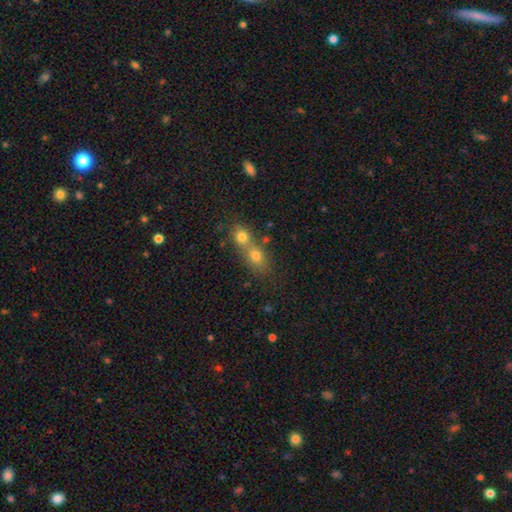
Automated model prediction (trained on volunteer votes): Q: Smooth or featured?
A: smooth (72%); runner-up: featured or disk (15%)
Q: How rounded?
A: in between (51%); runner-up: round (45%)
Q: Merging?
A: merger (64%); runner-up: none (27%)